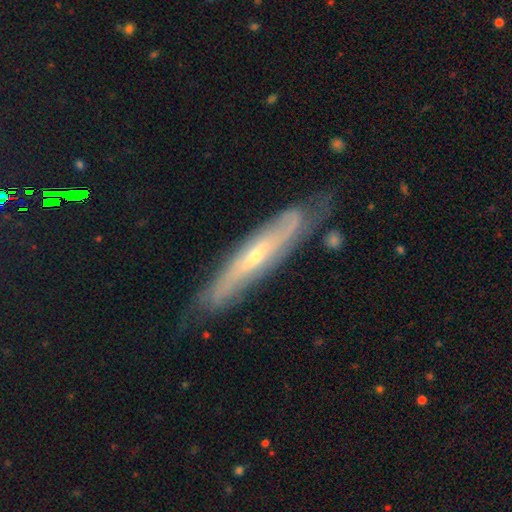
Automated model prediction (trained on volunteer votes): Q: Smooth or featured?
A: featured or disk (77%); runner-up: smooth (16%)
Q: Edge-on disk?
A: yes (51%); runner-up: no (49%)
Q: Merging?
A: none (71%); runner-up: minor disturbance (21%)